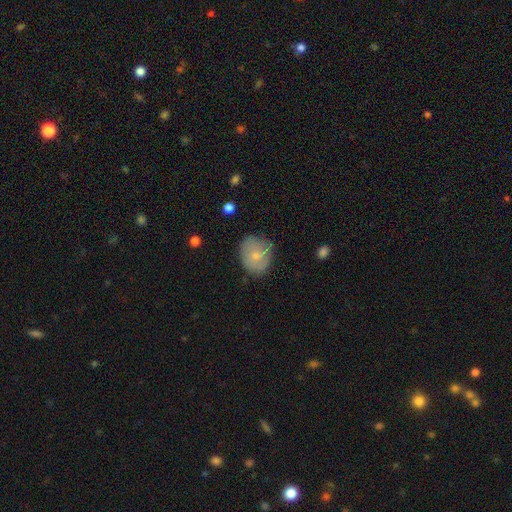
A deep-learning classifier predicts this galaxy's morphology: Smooth or featured? smooth (65%)
How rounded? round (68%)
Merging? none (65%)